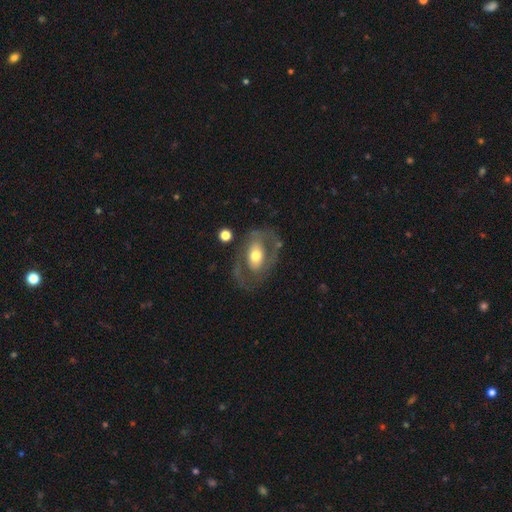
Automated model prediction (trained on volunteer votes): Smooth or featured? Predicted: featured or disk (p=0.62). Edge-on disk? Predicted: no (p=0.93). Bar? Predicted: no (p=0.63). Spiral arms? Predicted: no (p=0.57). Bulge size? Predicted: moderate (p=0.66). Merging? Predicted: none (p=0.63).